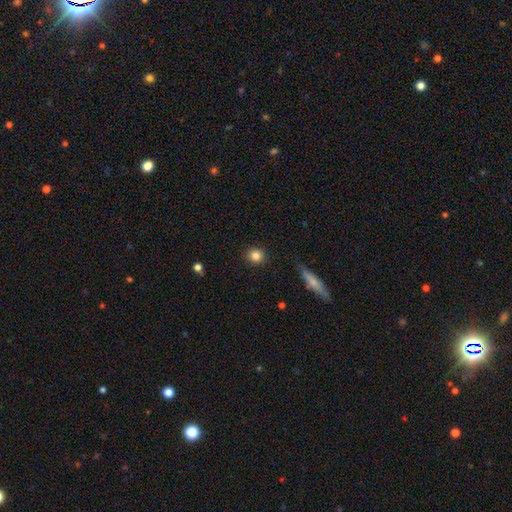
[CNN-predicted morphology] Smooth or featured? Predicted: smooth (p=0.84). How rounded? Predicted: round (p=0.90). Merging? Predicted: none (p=0.90).